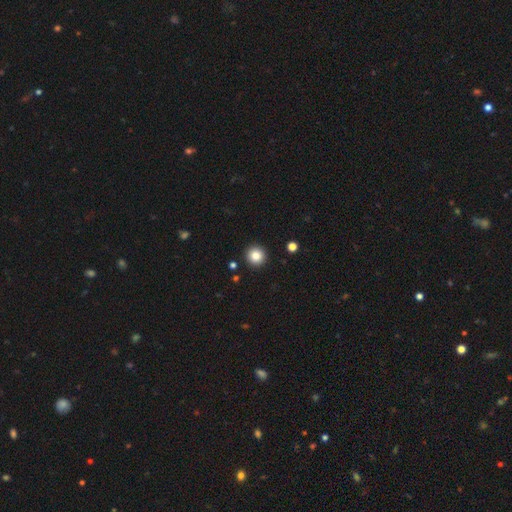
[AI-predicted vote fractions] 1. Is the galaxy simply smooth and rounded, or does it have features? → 84% smooth, 10% star or artifact, 6% featured or disk.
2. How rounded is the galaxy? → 96% round, 3% in between, 1% cigar-shaped.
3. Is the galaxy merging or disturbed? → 93% none, 4% minor disturbance, 2% major disturbance, 1% merger.